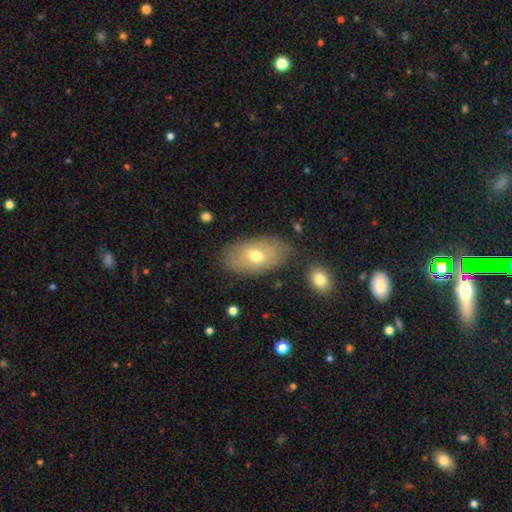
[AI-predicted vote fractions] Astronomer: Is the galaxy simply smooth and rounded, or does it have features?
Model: smooth — 59%.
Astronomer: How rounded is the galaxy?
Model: in between — 92%.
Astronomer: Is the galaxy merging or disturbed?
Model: none — 79%.